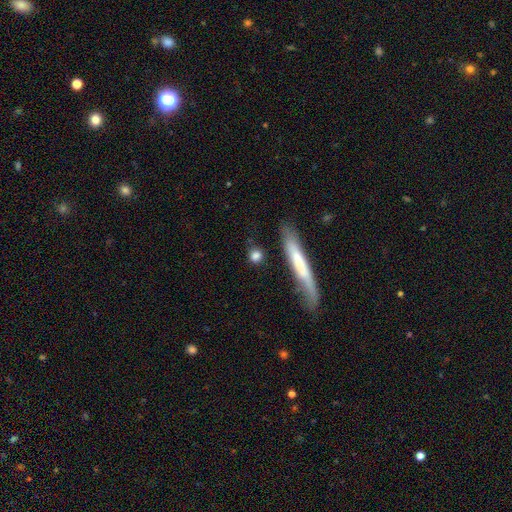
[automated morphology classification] This appears to be a smooth galaxy with no disk features (79%) that is round (53%). Merging: none (77%).